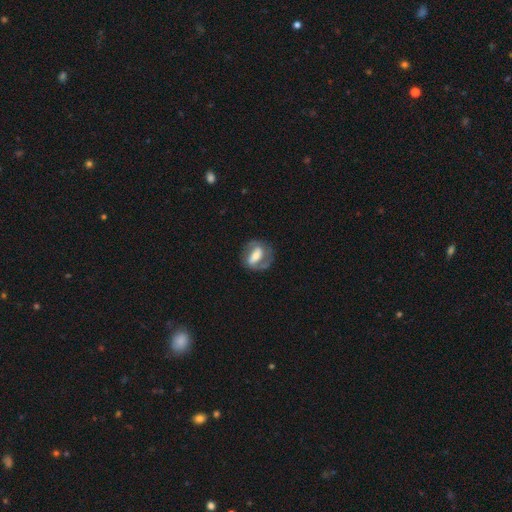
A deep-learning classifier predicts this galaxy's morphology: Smooth or featured: featured or disk — 67% (smooth — 27%)
Edge-on disk: no — 93% (yes — 7%)
Bar: strong — 54% (weak — 28%)
Spiral arms: yes — 72% (no — 28%)
Bulge size: moderate — 43% (large — 24%)
Merging: none — 72% (minor disturbance — 16%)